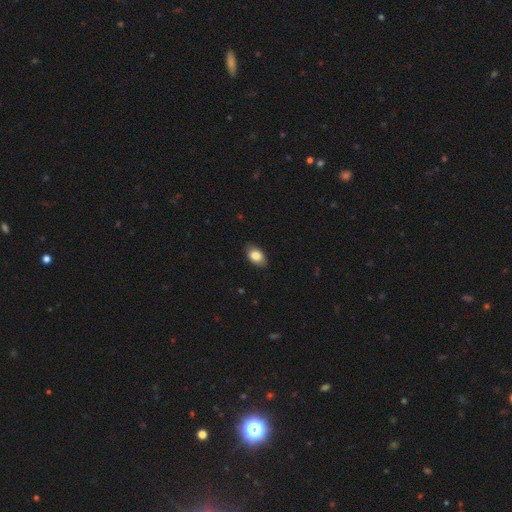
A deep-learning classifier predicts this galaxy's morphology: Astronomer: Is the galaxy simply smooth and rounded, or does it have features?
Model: smooth — 84%.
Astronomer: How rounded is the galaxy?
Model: in between — 88%.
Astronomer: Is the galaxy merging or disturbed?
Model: none — 83%.